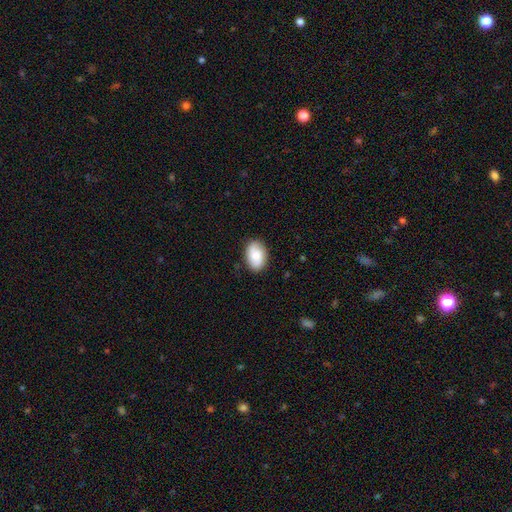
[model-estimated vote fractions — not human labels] Morphology: type=smooth (74%); roundness=in between (87%); merging=none (83%).